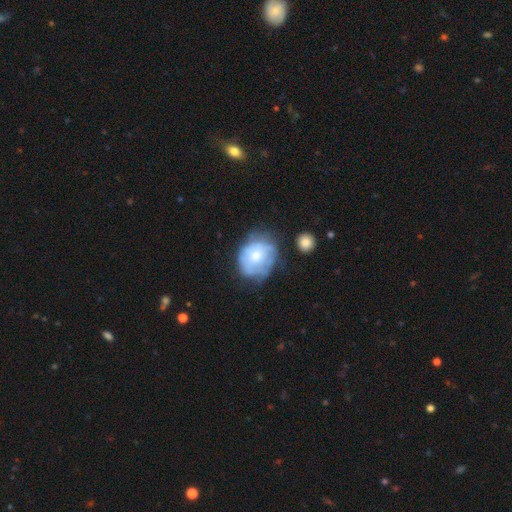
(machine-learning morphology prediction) type=smooth (48%); merging=none (48%).